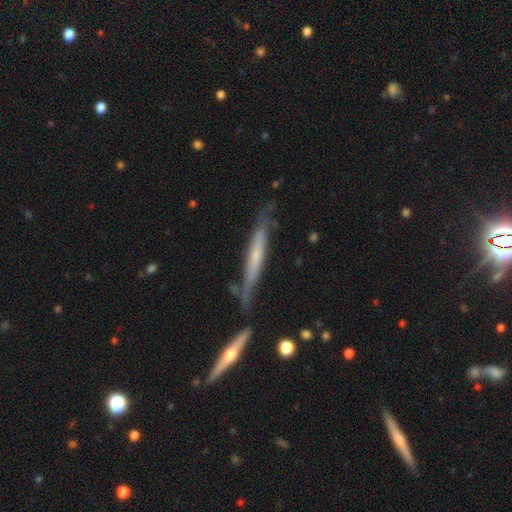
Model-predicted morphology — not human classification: Smooth or featured?
  - featured or disk: 59% *
  - smooth: 35%
  - star or artifact: 6%
Edge-on disk?
  - yes: 89% *
  - no: 11%
Edge-on bulge?
  - none: 47% *
  - rounded: 45%
  - boxy: 8%
Merging?
  - none: 65% *
  - minor disturbance: 22%
  - merger: 8%
  - major disturbance: 6%